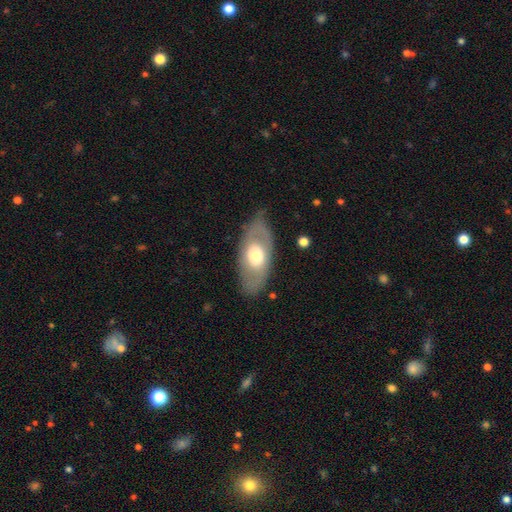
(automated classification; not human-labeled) The model was most divided on "smooth or featured": featured or disk: 49%, smooth: 46%, star or artifact: 5%. More confident: merging — none (76%).